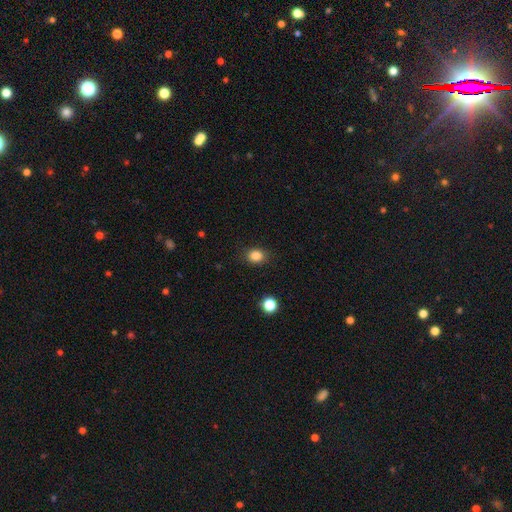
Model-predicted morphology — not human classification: Smooth or featured: smooth — 84% (star or artifact — 11%)
How rounded: round — 53% (in between — 46%)
Merging: none — 86% (minor disturbance — 10%)